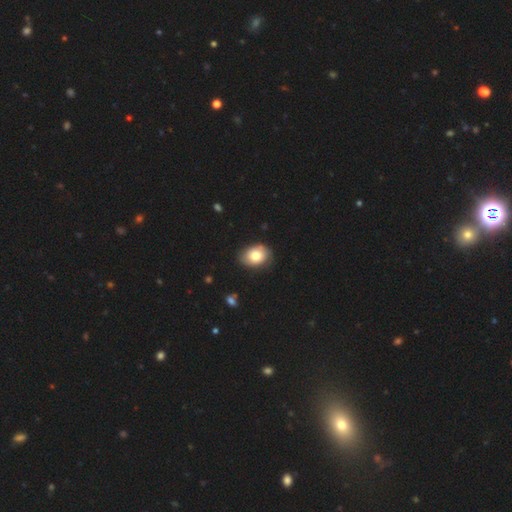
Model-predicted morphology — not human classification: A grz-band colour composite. It shows a smooth galaxy with no disk features (75%) that is in between round and cigar-shaped (68%). Merging: none (76%).